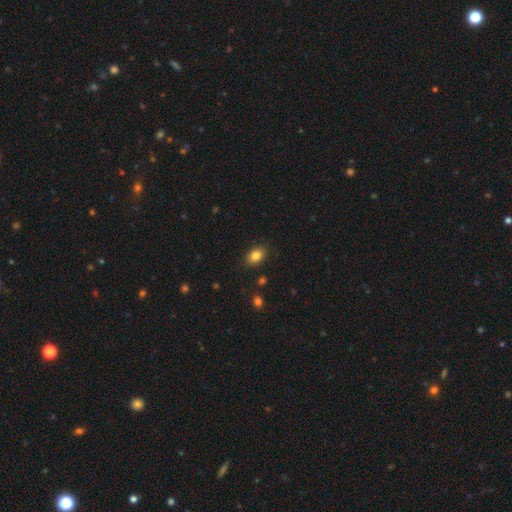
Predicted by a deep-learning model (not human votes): smooth 84%, star or artifact 10%, featured or disk 6%. Down the decision tree: how rounded — in between (70%); merging — none (87%).